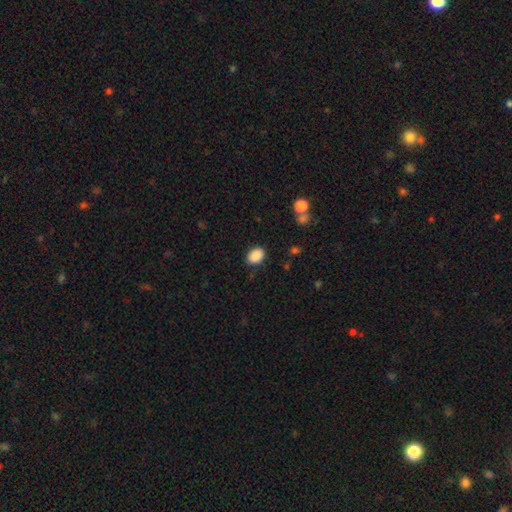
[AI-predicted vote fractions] This appears to be a smooth galaxy with no disk features (89%) that is in between round and cigar-shaped (74%). Merging: none (87%).